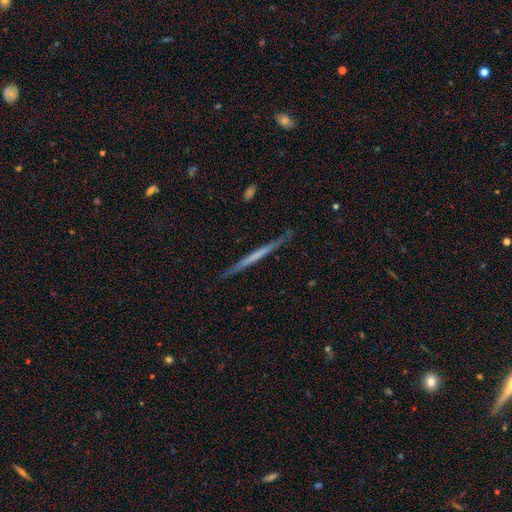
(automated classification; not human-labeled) This appears to be a featured or disk galaxy (57%) viewed edge-on (97%) with no central bulge (88%). Merging: none (89%).